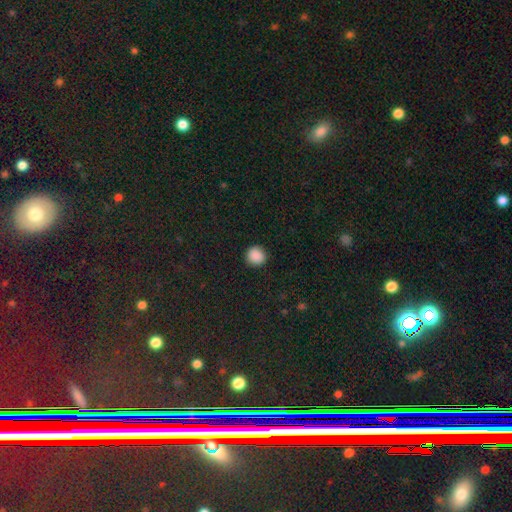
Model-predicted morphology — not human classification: Smooth or featured: smooth — 88% (star or artifact — 9%)
How rounded: round — 93% (in between — 6%)
Merging: none — 91% (minor disturbance — 6%)